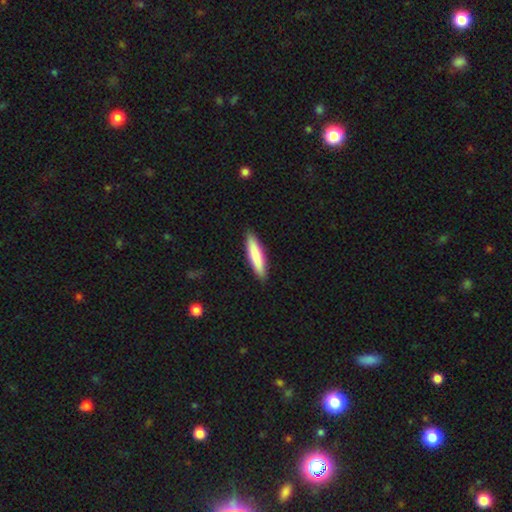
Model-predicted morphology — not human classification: Smooth or featured?
  - smooth: 82% *
  - featured or disk: 13%
  - star or artifact: 5%
How rounded?
  - cigar-shaped: 83% *
  - in between: 16%
  - round: 1%
Merging?
  - none: 90% *
  - minor disturbance: 8%
  - major disturbance: 1%
  - merger: 1%